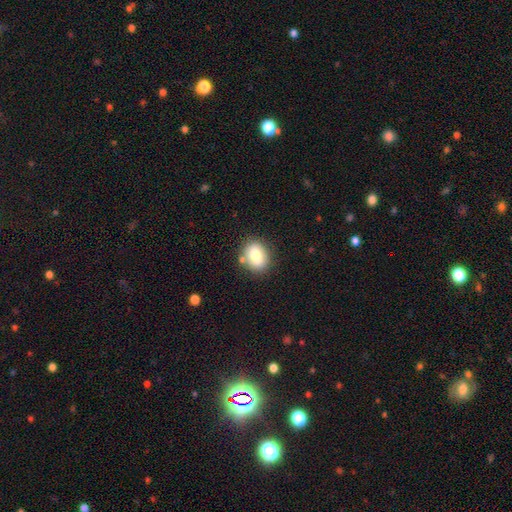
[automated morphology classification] Smooth or featured: smooth — 76% (featured or disk — 16%)
How rounded: in between — 63% (round — 35%)
Merging: none — 78% (minor disturbance — 12%)